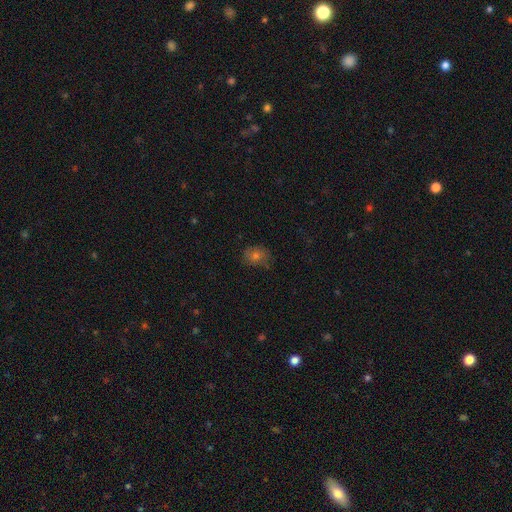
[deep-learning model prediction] A smooth galaxy with no disk features (67%) that is round (55%).

Vote fractions:
- Smooth or featured? smooth: 67% / star or artifact: 19% / featured or disk: 13%
- How rounded? round: 55% / in between: 44% / cigar-shaped: 1%
- Merging? none: 75% / minor disturbance: 19% / major disturbance: 5% / merger: 1%